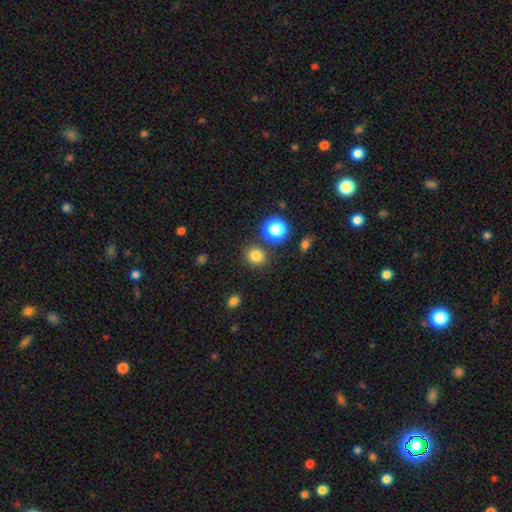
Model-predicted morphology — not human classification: smooth_or_featured: smooth (p=0.80) [alt: star or artifact p=0.15]
how_rounded: round (p=0.78) [alt: in between p=0.21]
merging: none (p=0.83) [alt: minor disturbance p=0.09]